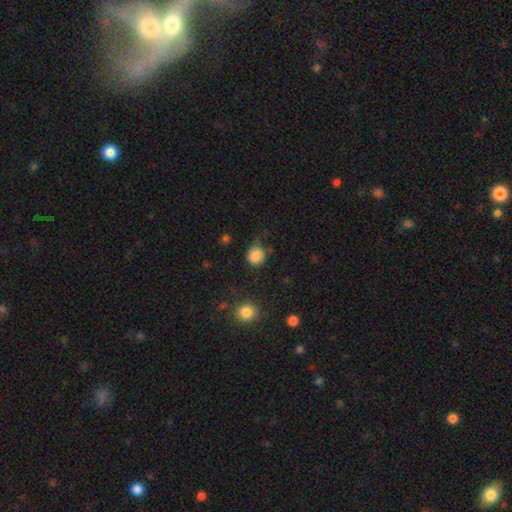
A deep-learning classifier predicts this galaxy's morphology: A smooth galaxy with no disk features (85%) that is round (90%). Merging: none (70%).